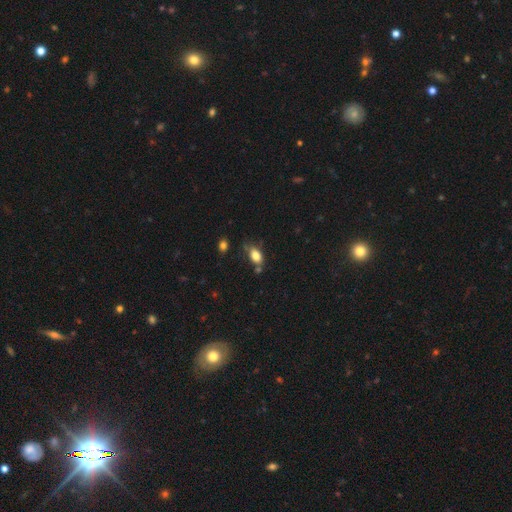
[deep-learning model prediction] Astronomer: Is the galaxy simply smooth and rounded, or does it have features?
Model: smooth — 82%.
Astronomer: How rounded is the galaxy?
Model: in between — 87%.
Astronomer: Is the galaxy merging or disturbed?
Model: none — 60%.